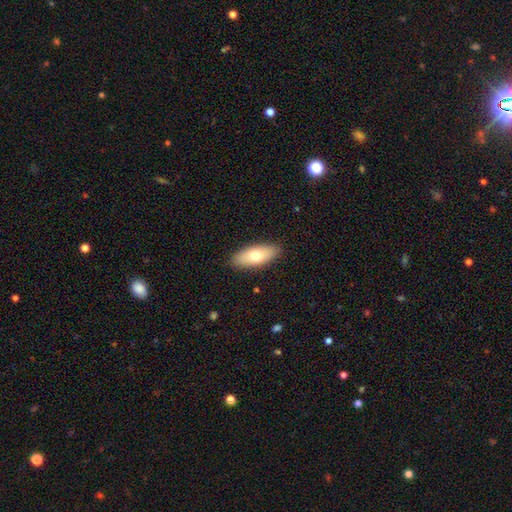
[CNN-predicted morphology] A smooth galaxy with no disk features (70%) that is in between round and cigar-shaped (79%). Merging: none (89%).